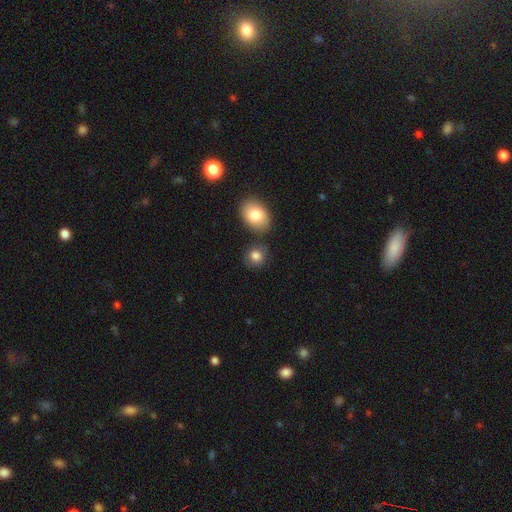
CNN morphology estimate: smooth 83%, star or artifact 9%, featured or disk 7%. Down the decision tree: how rounded — round (74%); merging — none (74%).